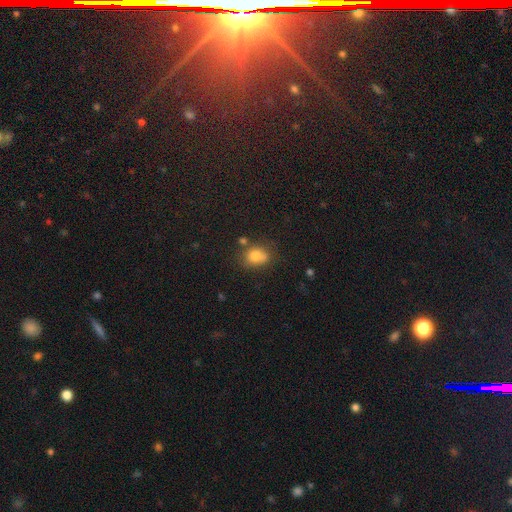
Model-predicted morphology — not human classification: smooth_or_featured: smooth (p=0.78) [alt: star or artifact p=0.11]
how_rounded: in between (p=0.55) [alt: round p=0.44]
merging: none (p=0.51) [alt: minor disturbance p=0.22]